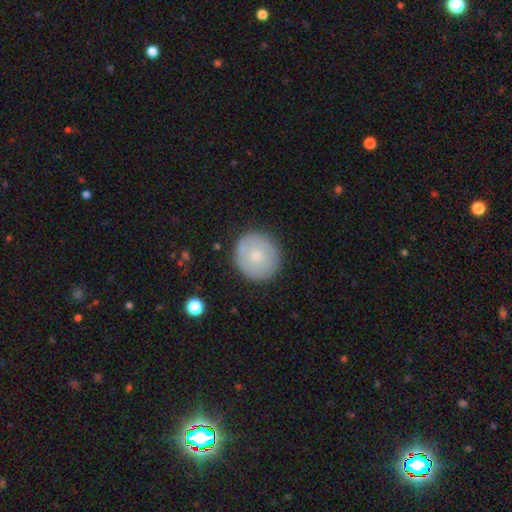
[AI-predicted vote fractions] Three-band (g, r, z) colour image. It shows a smooth galaxy with no disk features (68%) that is round (90%). Merging: none (87%).